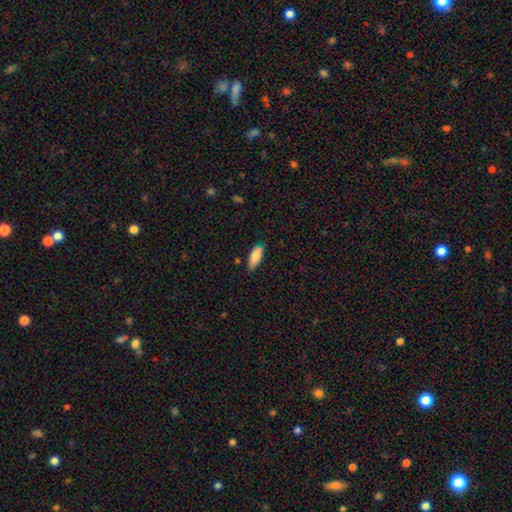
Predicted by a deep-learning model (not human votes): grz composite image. It shows a smooth galaxy with no disk features (84%) that is in between round and cigar-shaped (74%). Merging: none (70%).